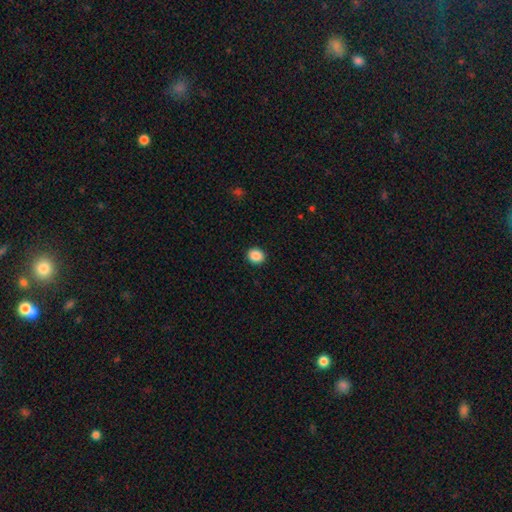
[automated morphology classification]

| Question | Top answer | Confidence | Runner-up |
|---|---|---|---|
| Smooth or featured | smooth | 88% | star or artifact (9%) |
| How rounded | round | 79% | in between (20%) |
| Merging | none | 92% | minor disturbance (5%) |